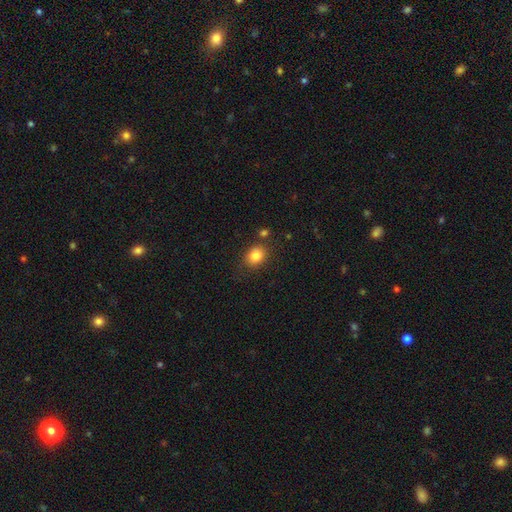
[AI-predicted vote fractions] smooth 84%, star or artifact 10%, featured or disk 6%. Down the decision tree: how rounded — in between (51%); merging — none (77%).